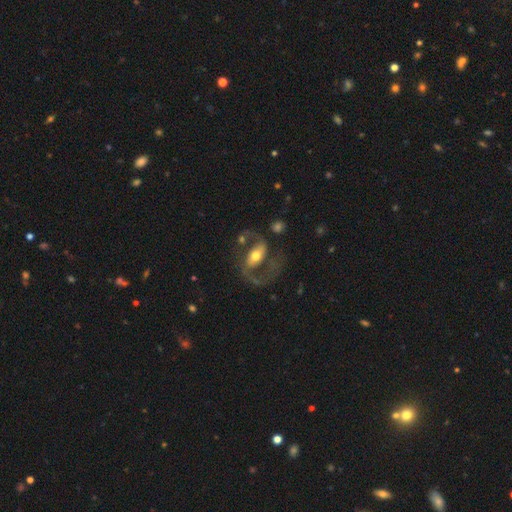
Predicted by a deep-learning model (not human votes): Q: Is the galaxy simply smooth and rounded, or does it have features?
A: featured or disk — 83%.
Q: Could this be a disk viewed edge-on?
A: no — 95%.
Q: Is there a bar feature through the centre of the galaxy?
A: strong — 42%.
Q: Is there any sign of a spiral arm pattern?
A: yes — 90%.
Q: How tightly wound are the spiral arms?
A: medium — 48%.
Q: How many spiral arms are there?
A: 2 — 90%.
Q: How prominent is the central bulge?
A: moderate — 69%.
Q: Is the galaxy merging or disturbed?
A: none — 60%.